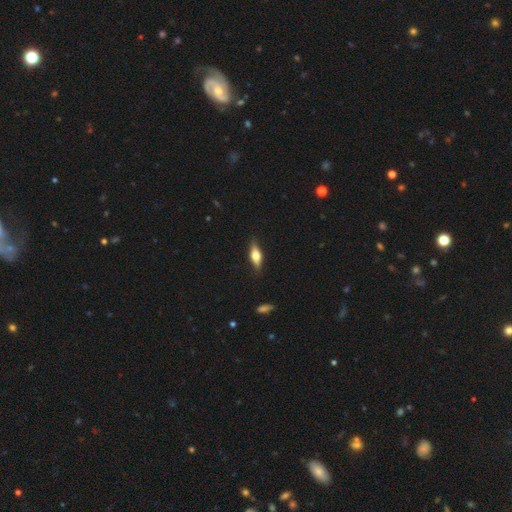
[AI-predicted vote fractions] smooth_or_featured: smooth (p=0.56) [alt: featured or disk p=0.38]
how_rounded: in between (p=0.59) [alt: cigar-shaped p=0.38]
merging: none (p=0.84) [alt: minor disturbance p=0.12]